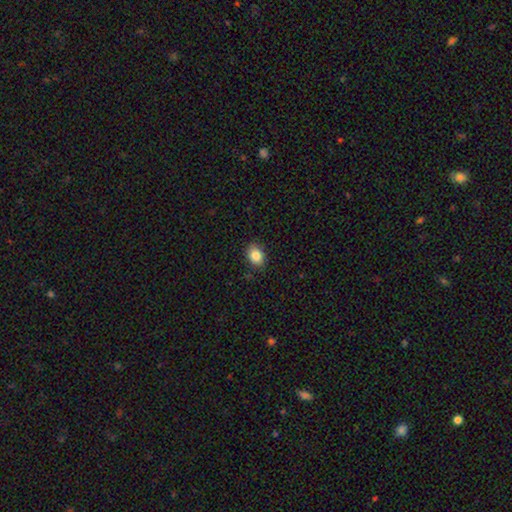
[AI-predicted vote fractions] Smooth or featured? smooth (85%)
How rounded? in between (67%)
Merging? none (85%)